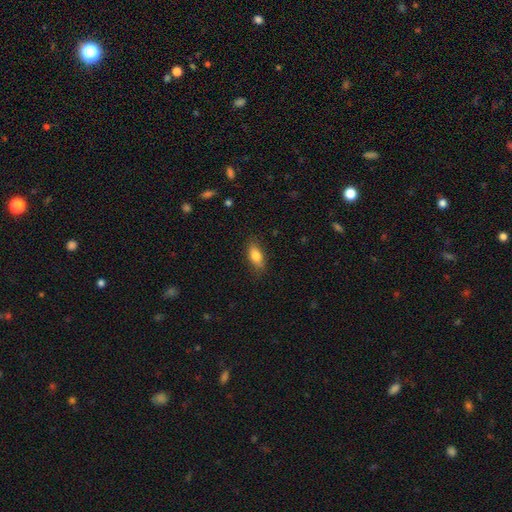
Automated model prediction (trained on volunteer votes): smooth_or_featured: smooth (p=0.82) [alt: featured or disk p=0.10]
how_rounded: in between (p=0.83) [alt: cigar-shaped p=0.13]
merging: none (p=0.82) [alt: minor disturbance p=0.13]